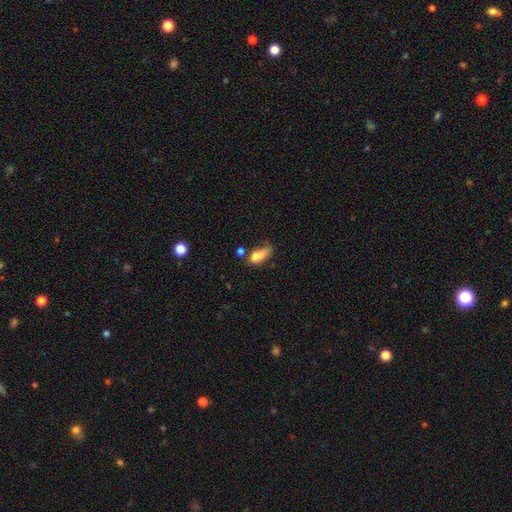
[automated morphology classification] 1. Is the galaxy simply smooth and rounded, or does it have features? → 77% smooth, 13% featured or disk, 10% star or artifact.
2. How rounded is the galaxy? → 77% in between, 18% cigar-shaped, 5% round.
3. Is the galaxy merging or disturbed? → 31% none, 30% minor disturbance, 22% major disturbance, 17% merger.